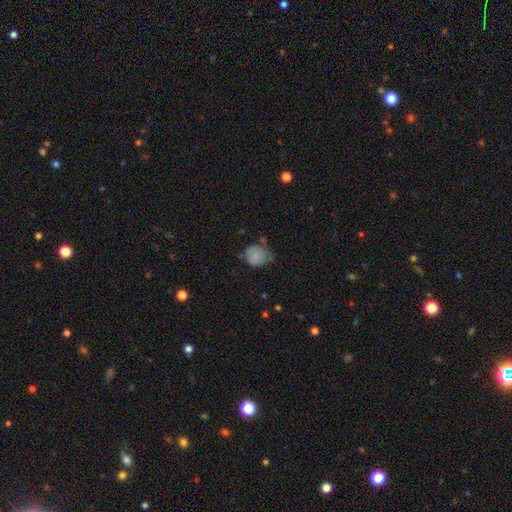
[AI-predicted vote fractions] Smooth or featured? Predicted: smooth (p=0.78). How rounded? Predicted: round (p=0.71). Merging? Predicted: none (p=0.49).